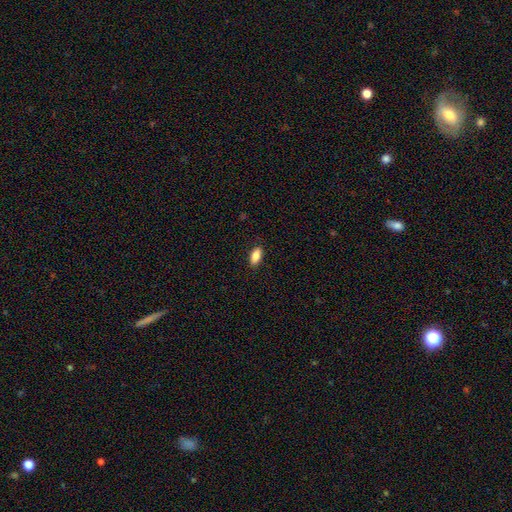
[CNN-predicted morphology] Smooth or featured: smooth — 87% (star or artifact — 7%)
How rounded: in between — 87% (cigar-shaped — 10%)
Merging: none — 88% (minor disturbance — 9%)